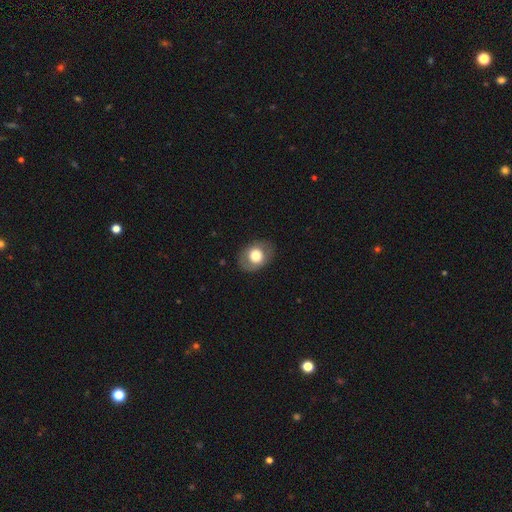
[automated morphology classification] Q: Smooth or featured?
A: smooth (70%); runner-up: featured or disk (22%)
Q: How rounded?
A: in between (54%); runner-up: round (45%)
Q: Merging?
A: none (83%); runner-up: minor disturbance (12%)